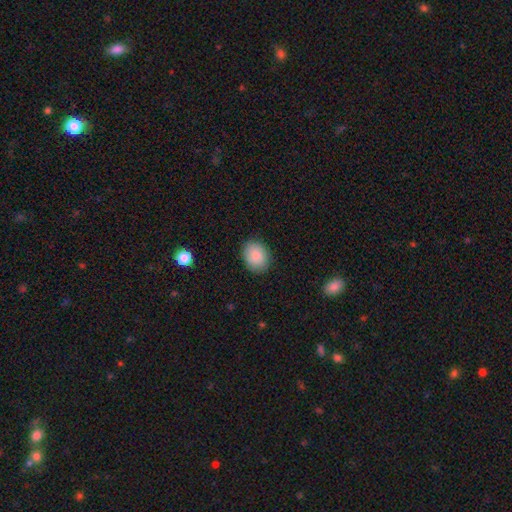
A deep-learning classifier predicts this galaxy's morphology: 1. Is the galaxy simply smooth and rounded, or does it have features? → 87% smooth, 7% star or artifact, 6% featured or disk.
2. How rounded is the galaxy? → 52% in between, 47% round, 1% cigar-shaped.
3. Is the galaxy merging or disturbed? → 88% none, 9% minor disturbance, 2% major disturbance, 1% merger.